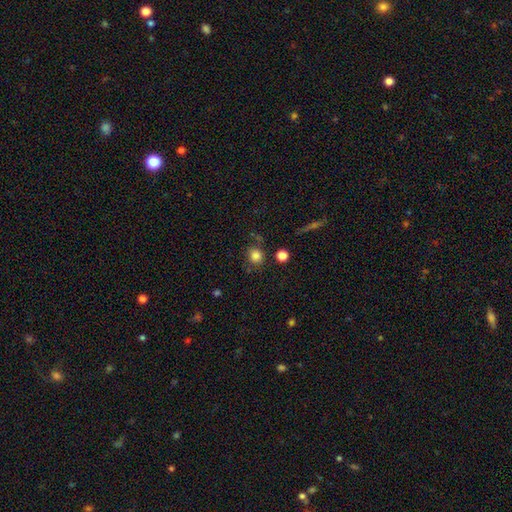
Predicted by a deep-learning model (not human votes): This appears to be a smooth galaxy with no disk features (83%) that is round (86%). Merging: none (75%).